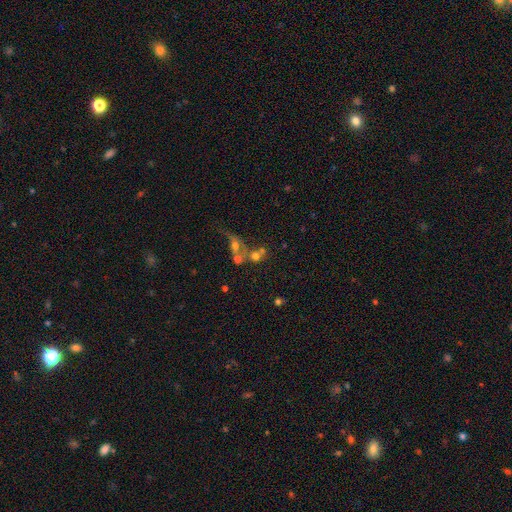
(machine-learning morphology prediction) Smooth or featured: smooth — 53% (featured or disk — 26%)
How rounded: round — 68% (in between — 30%)
Merging: merger — 53% (none — 27%)